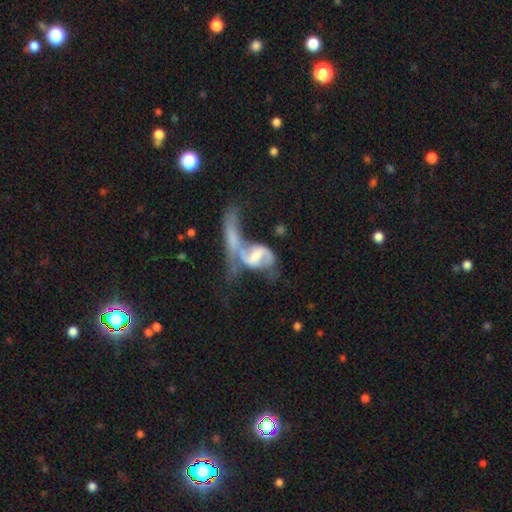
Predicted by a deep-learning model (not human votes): A featured or disk galaxy (72%) with a weak bar (42%), spiral arms (75%) and a moderate central bulge (36%).

Vote fractions:
- Smooth or featured? featured or disk: 72% / smooth: 22% / star or artifact: 7%
- Edge-on disk? no: 93% / yes: 7%
- Bar? weak: 42% / strong: 33% / no: 25%
- Spiral arms? yes: 75% / no: 25%
- Bulge size? moderate: 36% / small: 28% / none: 20% / large: 14% / dominant: 2%
- Merging? merger: 58% / major disturbance: 22% / none: 13% / minor disturbance: 8%